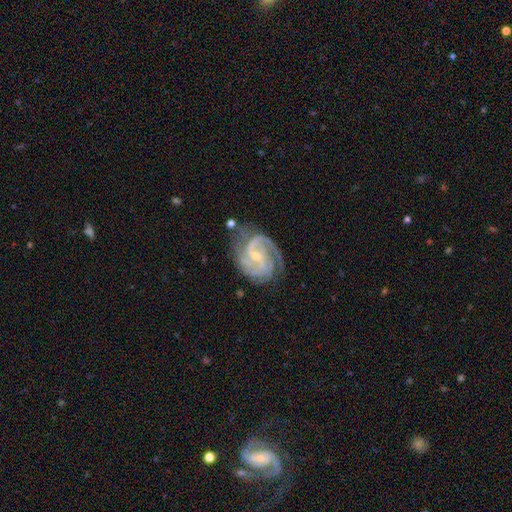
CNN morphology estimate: Smooth or featured: featured or disk — 91% (star or artifact — 5%)
Edge-on disk: no — 98% (yes — 2%)
Bar: weak — 45% (no — 36%)
Spiral arms: yes — 99% (no — 1%)
Spiral winding: tight — 52% (medium — 42%)
Spiral arm count: 3 — 37% (2 — 34%)
Bulge size: small — 70% (moderate — 26%)
Merging: none — 72% (minor disturbance — 19%)